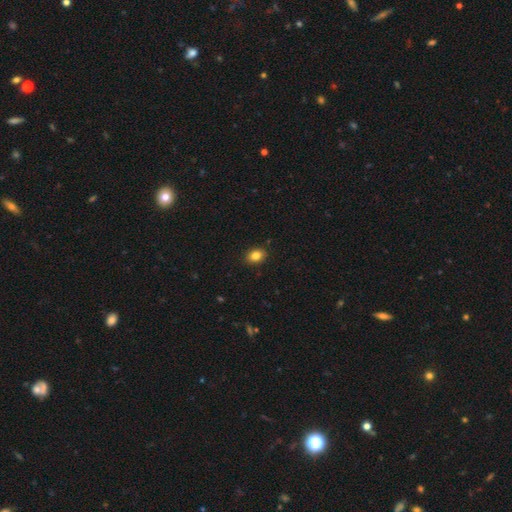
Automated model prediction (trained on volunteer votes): Overall: smooth (84%). How rounded: in between (67%; round 32%). Merging: none (89%).